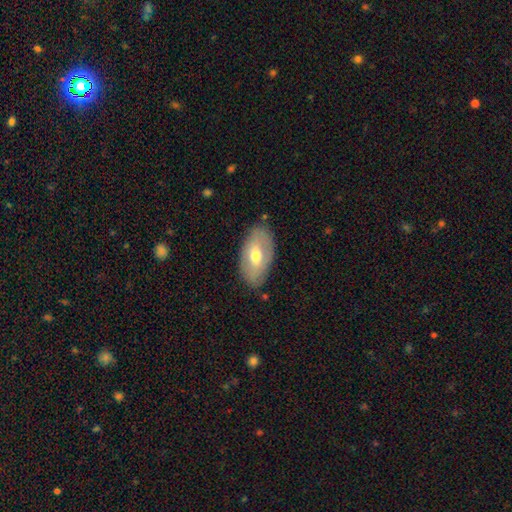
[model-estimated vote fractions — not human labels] Morphology: type=smooth (54%); roundness=in between (93%); merging=none (79%).